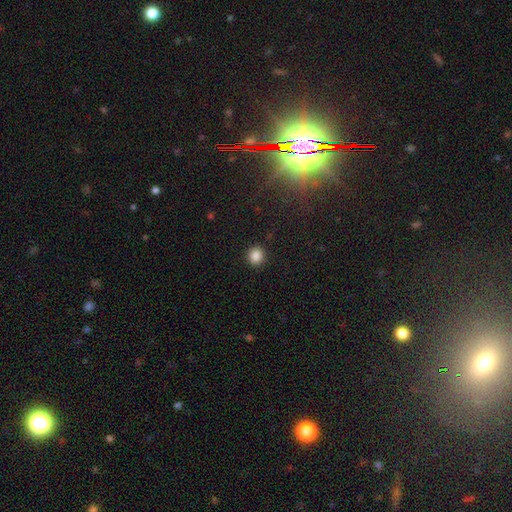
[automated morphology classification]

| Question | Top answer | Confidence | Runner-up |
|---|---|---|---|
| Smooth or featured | smooth | 86% | star or artifact (11%) |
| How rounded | round | 90% | in between (9%) |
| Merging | none | 91% | minor disturbance (6%) |